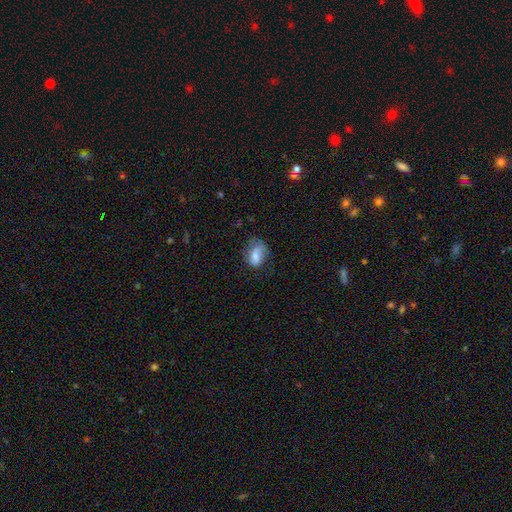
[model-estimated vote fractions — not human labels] This is likely a smooth galaxy (72%). How rounded: clearly in between (86%). Merging: marginally none (44%).